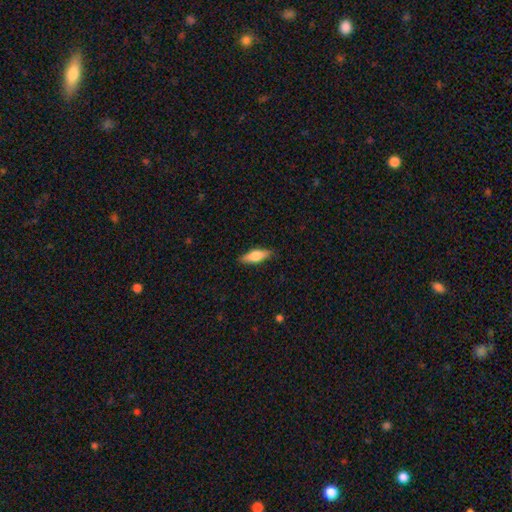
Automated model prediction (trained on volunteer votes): Smooth or featured? smooth (71%)
How rounded? in between (56%)
Merging? none (87%)